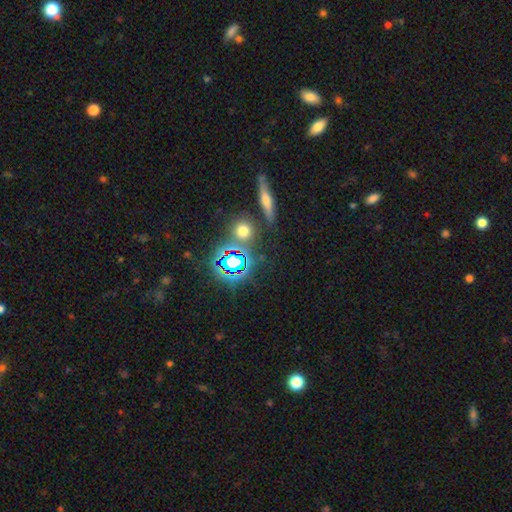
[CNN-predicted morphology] Q: Smooth or featured?
A: star or artifact (49%); runner-up: featured or disk (27%)